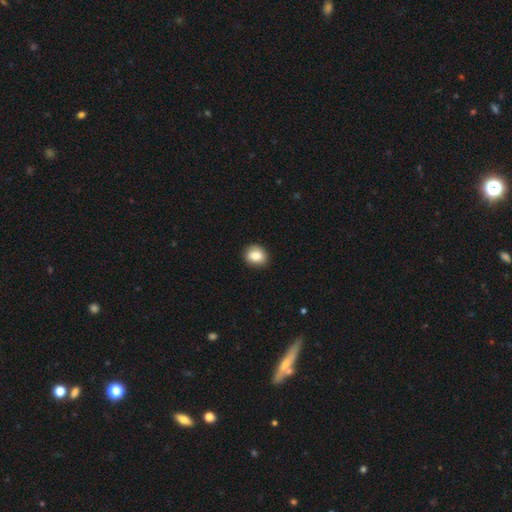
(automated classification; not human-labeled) Smooth or featured: smooth — 83% (featured or disk — 9%)
How rounded: round — 60% (in between — 39%)
Merging: none — 89% (minor disturbance — 8%)